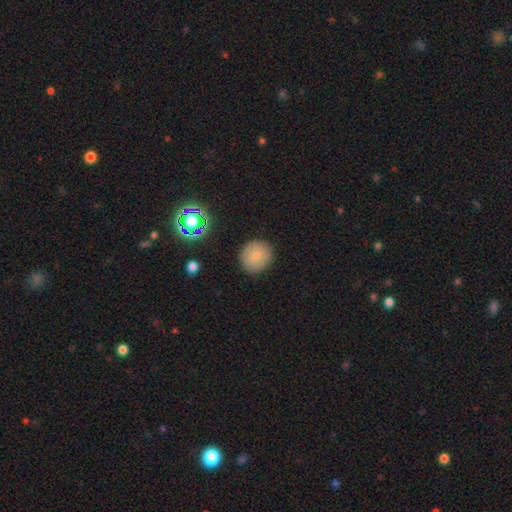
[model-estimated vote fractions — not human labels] Morphology: type=smooth (73%); roundness=round (88%); merging=none (88%).